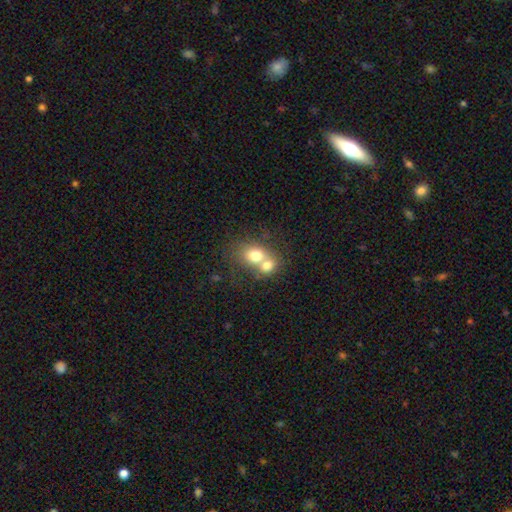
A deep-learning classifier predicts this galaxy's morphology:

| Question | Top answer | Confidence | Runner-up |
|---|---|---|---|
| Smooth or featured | smooth | 71% | featured or disk (20%) |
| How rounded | round | 55% | in between (44%) |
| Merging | merger | 68% | none (23%) |